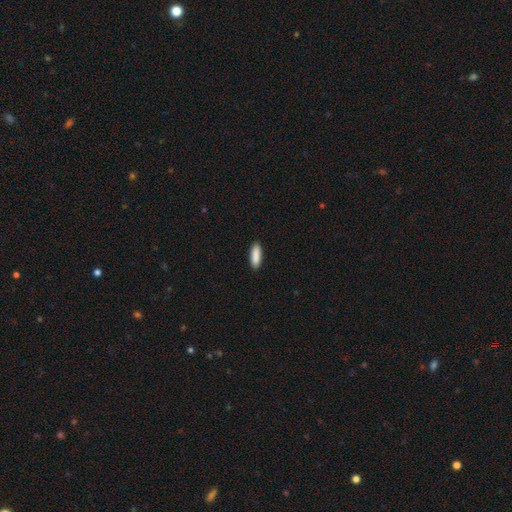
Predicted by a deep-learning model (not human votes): Smooth or featured?
  - smooth: 90% *
  - star or artifact: 6%
  - featured or disk: 4%
How rounded?
  - in between: 54% *
  - cigar-shaped: 45%
  - round: 2%
Merging?
  - none: 90% *
  - minor disturbance: 7%
  - major disturbance: 1%
  - merger: 1%